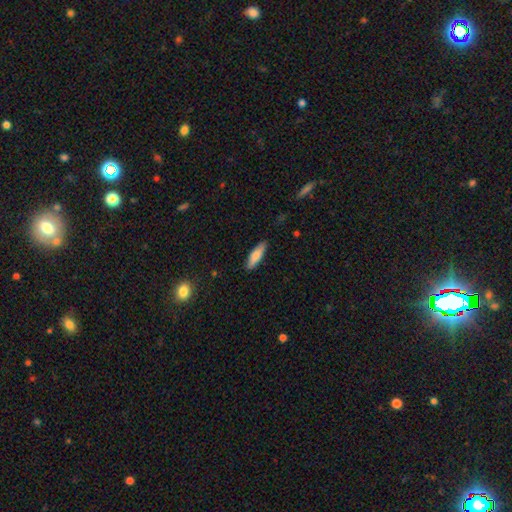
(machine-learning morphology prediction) A smooth galaxy with no disk features (79%) that is cigar-shaped (59%). Merging: none (87%).